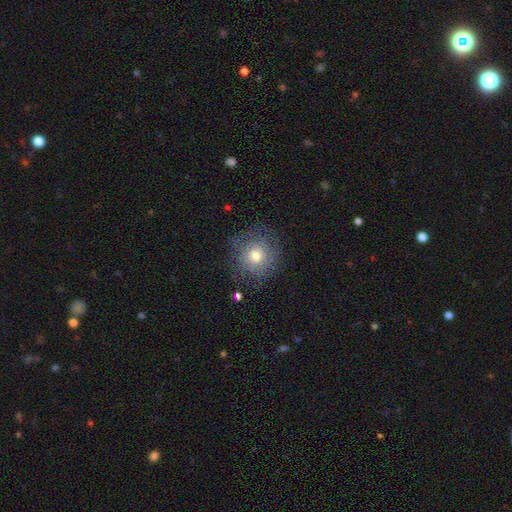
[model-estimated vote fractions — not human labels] The model was most divided on "smooth or featured": smooth: 57%, featured or disk: 31%, star or artifact: 12%. More confident: how rounded — round (89%); merging — none (71%).